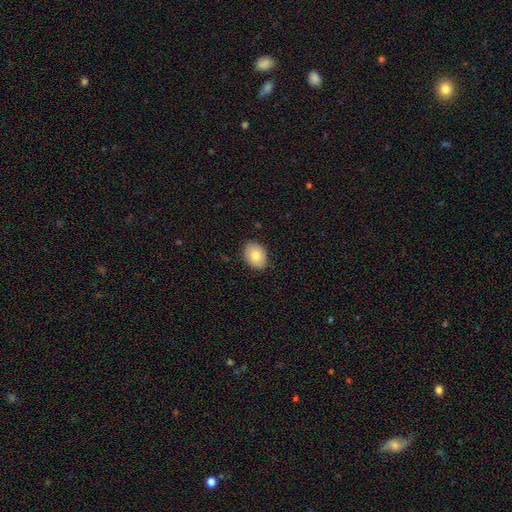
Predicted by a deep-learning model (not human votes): The model was most divided on "how rounded": in between: 76%, round: 23%, cigar-shaped: 1%. More confident: merging — none (87%); smooth or featured — smooth (84%).